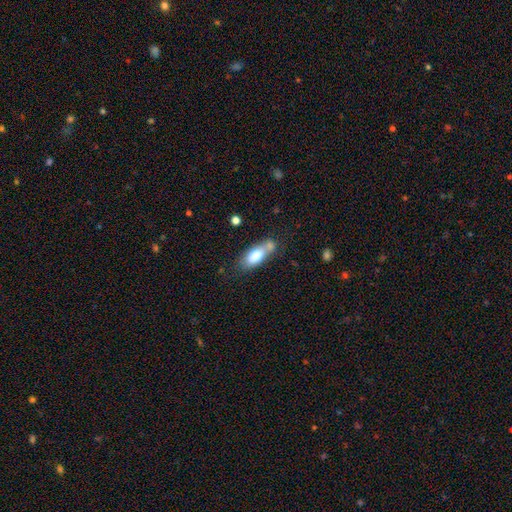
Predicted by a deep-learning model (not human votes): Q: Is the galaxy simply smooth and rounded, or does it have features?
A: smooth — 74%.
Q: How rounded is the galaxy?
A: in between — 80%.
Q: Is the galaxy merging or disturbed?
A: none — 47%.